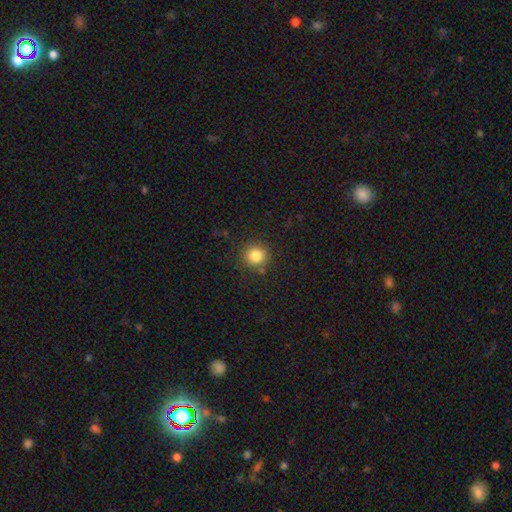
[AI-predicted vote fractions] This appears to be a smooth galaxy with no disk features (83%) that is round (91%). Merging: none (85%).